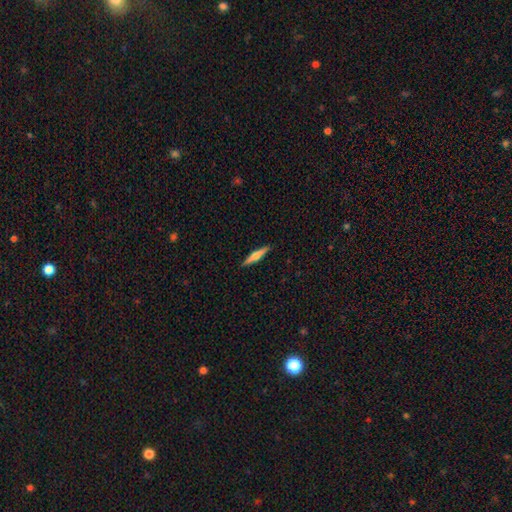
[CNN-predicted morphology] Overall: featured or disk (49%; smooth 45%). Merging: none (91%).